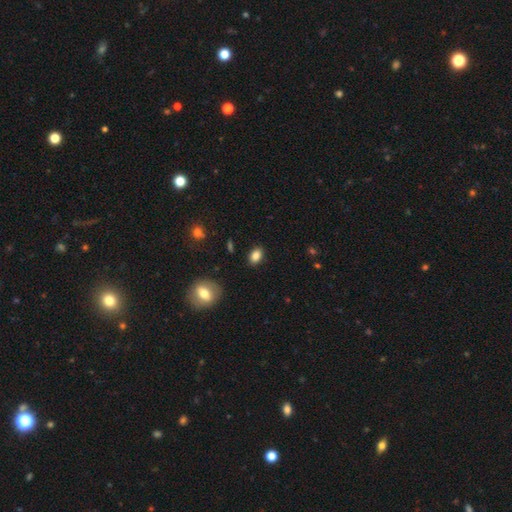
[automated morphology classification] Smooth or featured? smooth (85%)
How rounded? in between (80%)
Merging? none (87%)